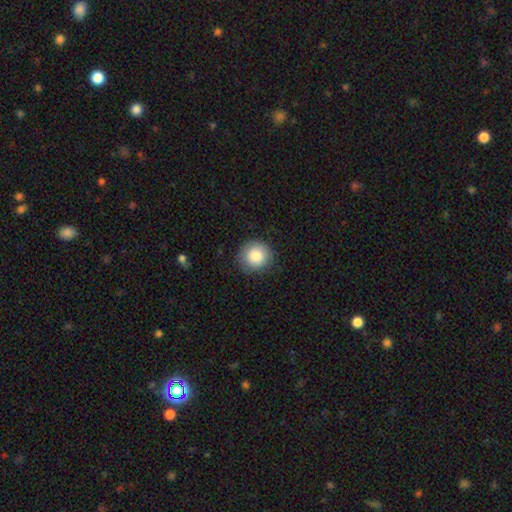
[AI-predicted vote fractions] smooth_or_featured: smooth (p=0.84) [alt: star or artifact p=0.08]
how_rounded: round (p=0.91) [alt: in between p=0.08]
merging: none (p=0.83) [alt: minor disturbance p=0.13]